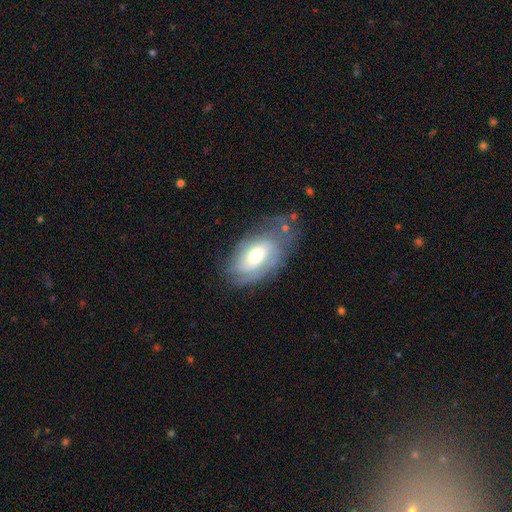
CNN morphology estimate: Q: Smooth or featured?
A: featured or disk (65%); runner-up: smooth (28%)
Q: Edge-on disk?
A: no (94%); runner-up: yes (6%)
Q: Bar?
A: no (58%); runner-up: weak (34%)
Q: Spiral arms?
A: yes (82%); runner-up: no (18%)
Q: Spiral winding?
A: tight (55%); runner-up: medium (33%)
Q: Spiral arm count?
A: can't tell (45%); runner-up: 2 (29%)
Q: Bulge size?
A: moderate (58%); runner-up: large (25%)
Q: Merging?
A: none (55%); runner-up: minor disturbance (27%)